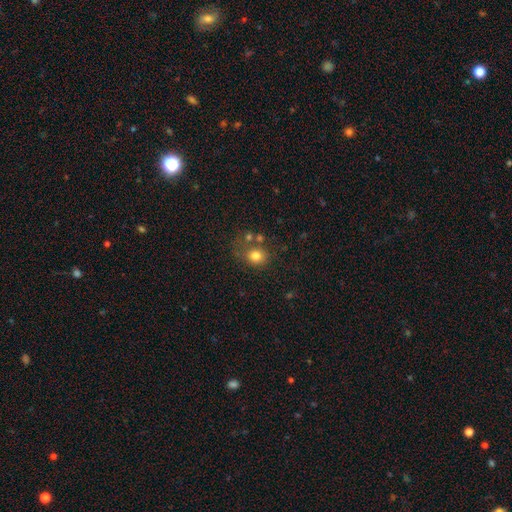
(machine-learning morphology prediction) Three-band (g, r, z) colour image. It shows a smooth galaxy with no disk features (78%) that is round (71%). Merging: none (59%).